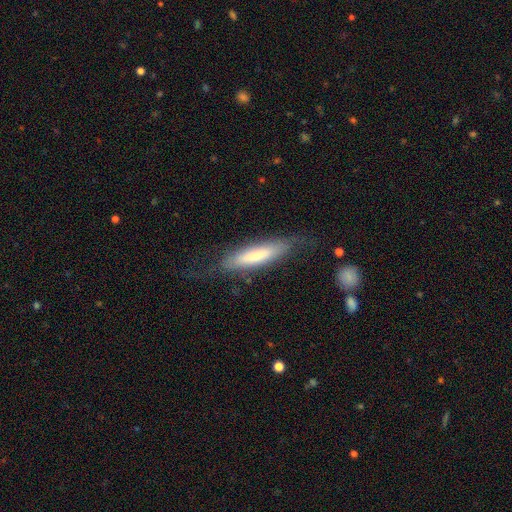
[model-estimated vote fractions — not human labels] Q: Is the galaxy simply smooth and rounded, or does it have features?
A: smooth — 62%.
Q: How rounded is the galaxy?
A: cigar-shaped — 77%.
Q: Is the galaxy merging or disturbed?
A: none — 69%.